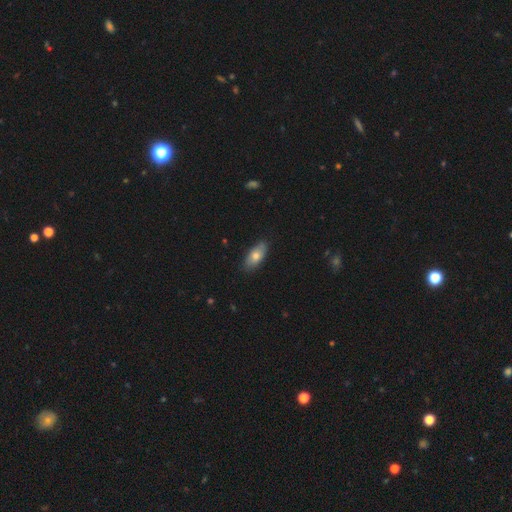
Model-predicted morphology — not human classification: The model was most divided on "smooth or featured": smooth: 71%, featured or disk: 22%, star or artifact: 7%. More confident: how rounded — in between (86%); merging — none (82%).